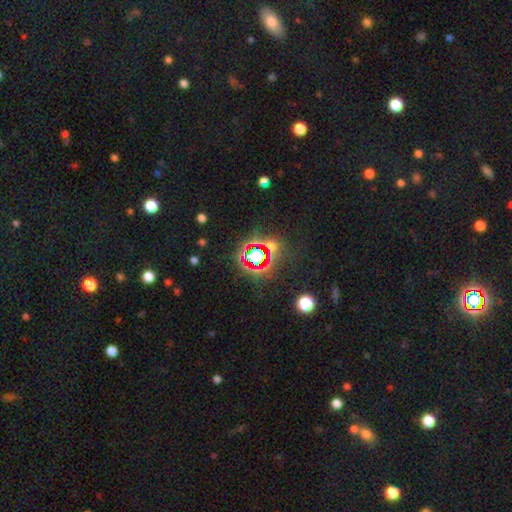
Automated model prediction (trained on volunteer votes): A star or artifact, not a galaxy (69%).

Vote fractions:
- Smooth or featured? star or artifact: 69% / smooth: 20% / featured or disk: 11%